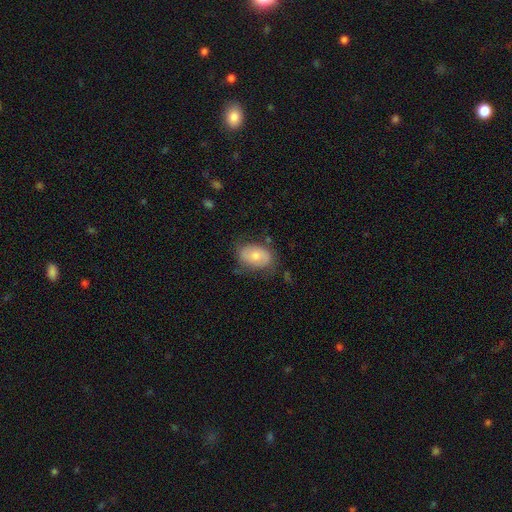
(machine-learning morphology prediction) The model was most divided on "smooth or featured": smooth: 64%, featured or disk: 29%, star or artifact: 7%. More confident: how rounded — in between (84%); merging — none (64%).